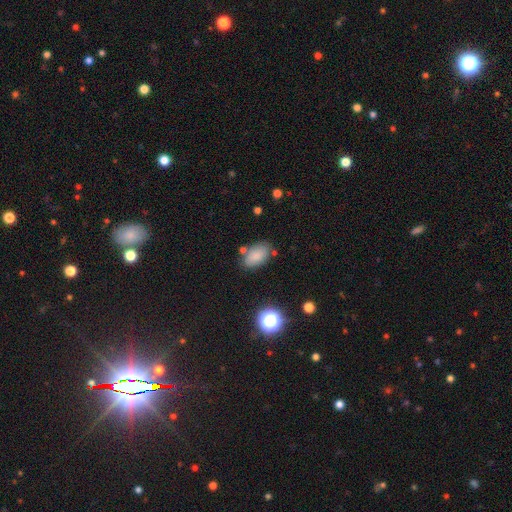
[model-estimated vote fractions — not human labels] Smooth or featured? smooth (82%)
How rounded? in between (91%)
Merging? none (74%)